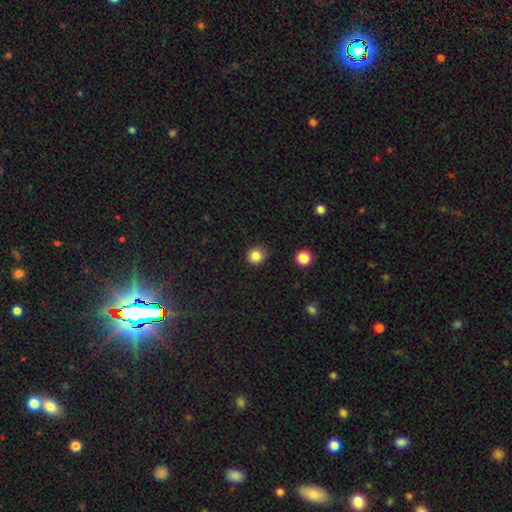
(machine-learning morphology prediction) A smooth galaxy with no disk features (84%) that is round (90%). Merging: none (88%).